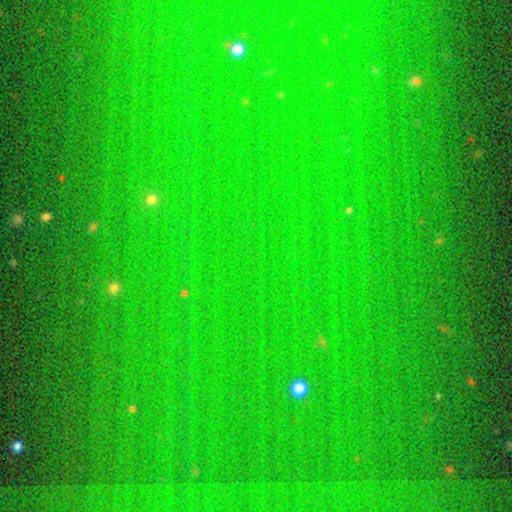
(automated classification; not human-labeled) Overall: star or artifact (78%).